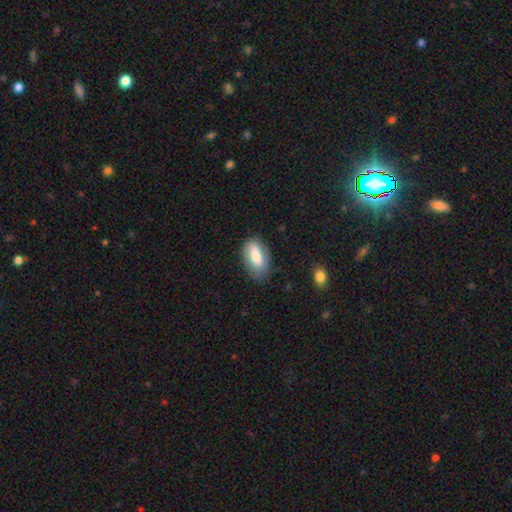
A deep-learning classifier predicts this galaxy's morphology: Q: Smooth or featured?
A: smooth (68%); runner-up: featured or disk (26%)
Q: How rounded?
A: in between (91%); runner-up: cigar-shaped (5%)
Q: Merging?
A: none (74%); runner-up: minor disturbance (19%)